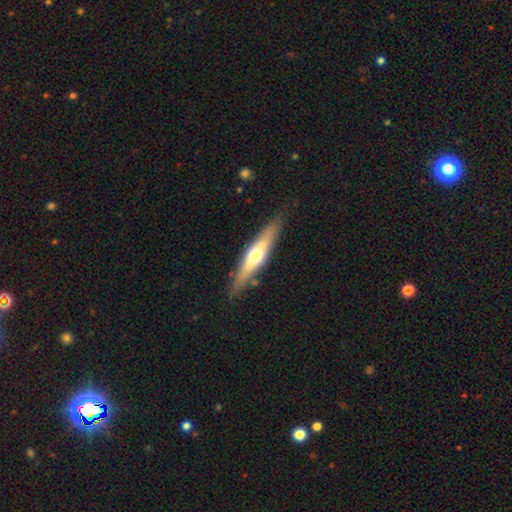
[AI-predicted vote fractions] This is possibly a featured or disk galaxy (58%). It is clearly viewed edge-on (90%). Edge-on bulge: clearly rounded (89%). Merging: clearly none (84%).